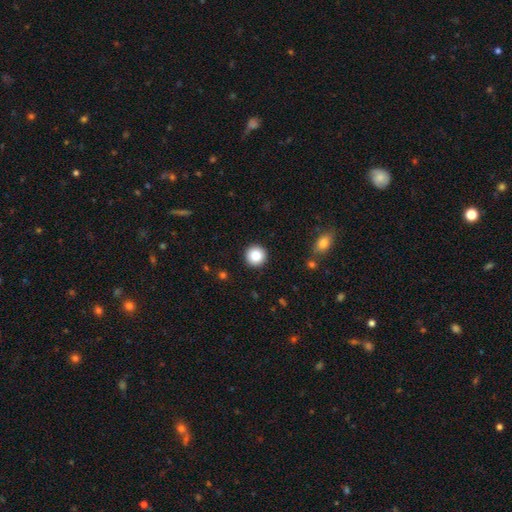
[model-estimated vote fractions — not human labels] smooth 86%, star or artifact 9%, featured or disk 5%. Down the decision tree: how rounded — round (96%); merging — none (92%).